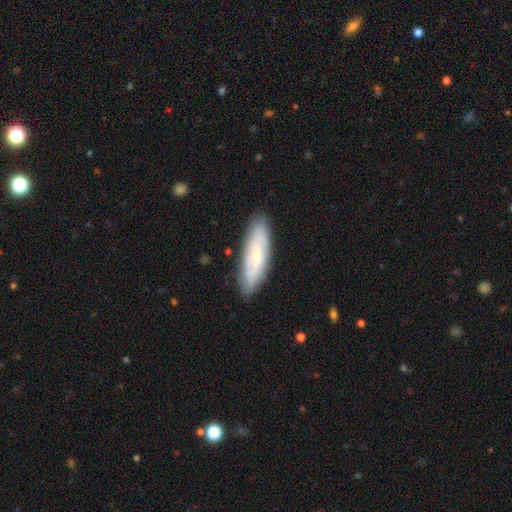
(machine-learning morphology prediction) A featured or disk galaxy (47%).

Vote fractions:
- Smooth or featured? featured or disk: 47% / smooth: 46% / star or artifact: 7%
- Merging? none: 84% / minor disturbance: 12% / major disturbance: 2% / merger: 1%